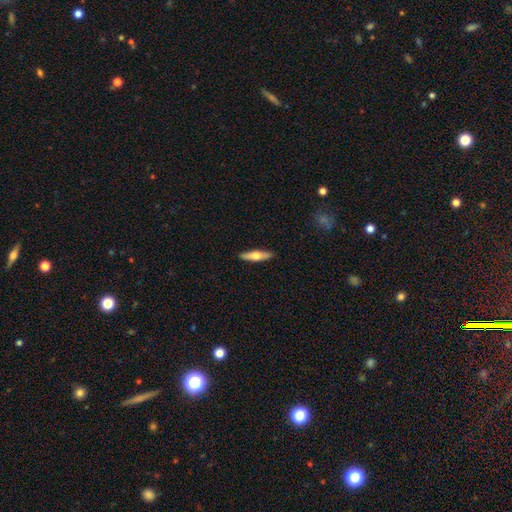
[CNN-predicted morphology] Q: Smooth or featured?
A: smooth (52%); runner-up: featured or disk (43%)
Q: How rounded?
A: cigar-shaped (74%); runner-up: in between (24%)
Q: Merging?
A: none (91%); runner-up: minor disturbance (7%)